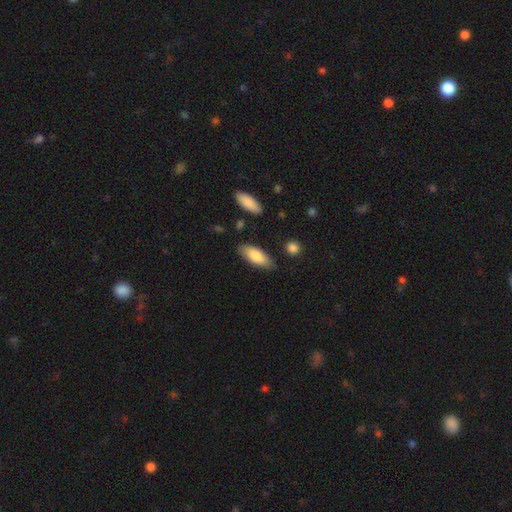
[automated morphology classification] smooth 82%, featured or disk 13%, star or artifact 6%. Down the decision tree: how rounded — in between (78%); merging — none (81%).